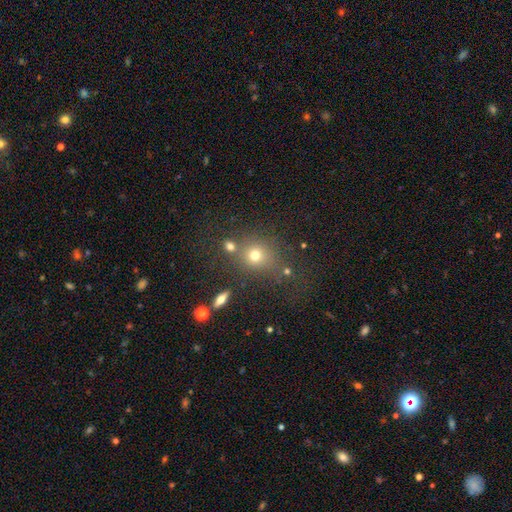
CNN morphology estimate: Smooth or featured? smooth (65%)
How rounded? round (73%)
Merging? none (65%)